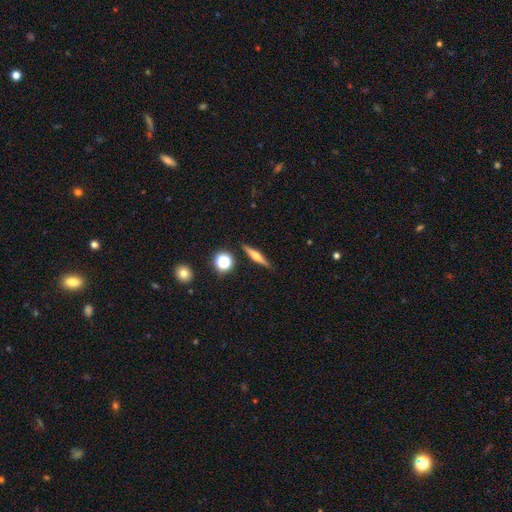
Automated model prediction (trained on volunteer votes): Smooth or featured? featured or disk (58%)
Edge-on disk? yes (96%)
Edge-on bulge? rounded (88%)
Merging? none (88%)